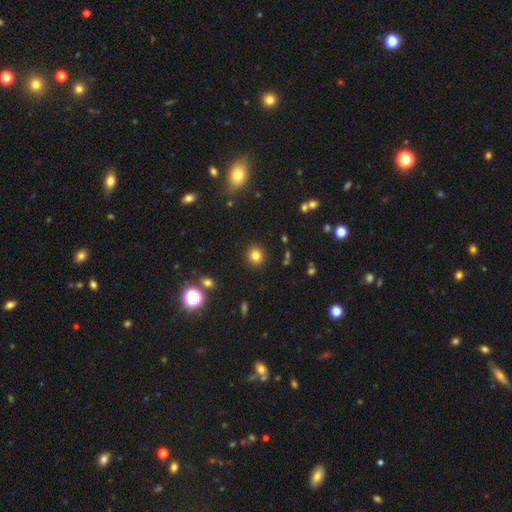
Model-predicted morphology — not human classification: Overall: smooth (81%). How rounded: round (87%). Merging: none (91%).